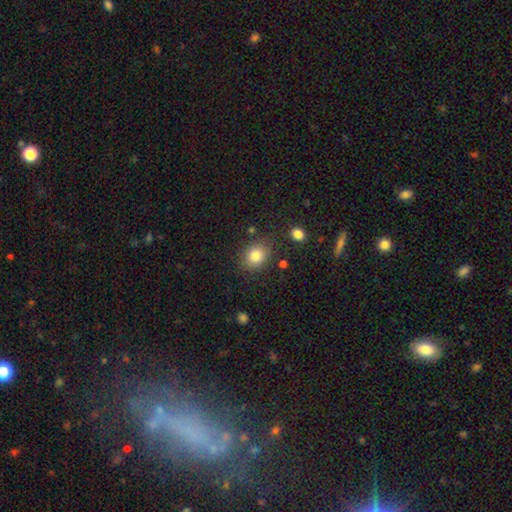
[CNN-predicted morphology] This appears to be a smooth galaxy with no disk features (83%) that is round (52%). Merging: none (82%).